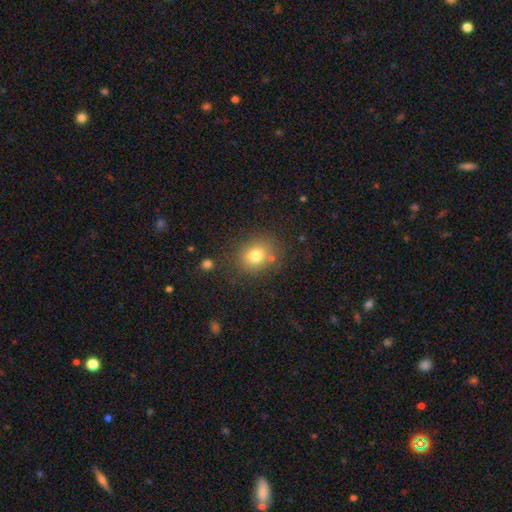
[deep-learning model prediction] Smooth or featured?
  - smooth: 77% *
  - star or artifact: 13%
  - featured or disk: 10%
How rounded?
  - round: 69% *
  - in between: 30%
  - cigar-shaped: 1%
Merging?
  - none: 78% *
  - minor disturbance: 12%
  - merger: 6%
  - major disturbance: 4%